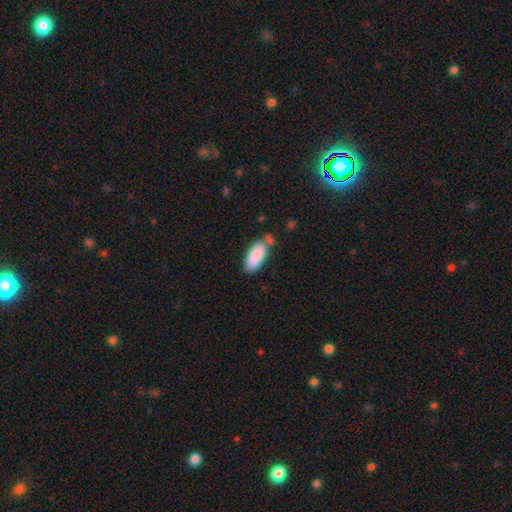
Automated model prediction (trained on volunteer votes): smooth 88%, star or artifact 6%, featured or disk 6%. Down the decision tree: how rounded — in between (85%); merging — none (62%).